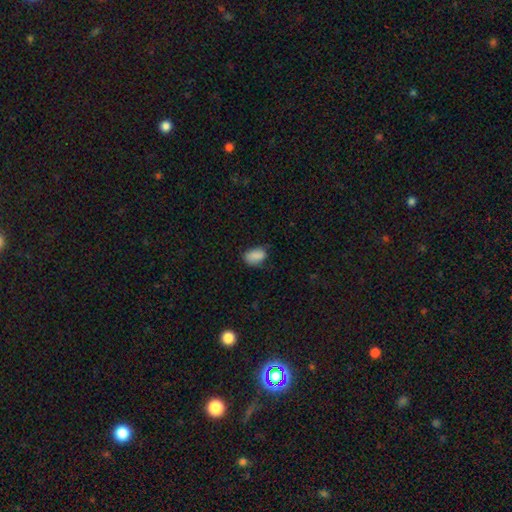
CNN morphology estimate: This is clearly a smooth galaxy (86%). How rounded: clearly in between (84%). Merging: likely none (64%).